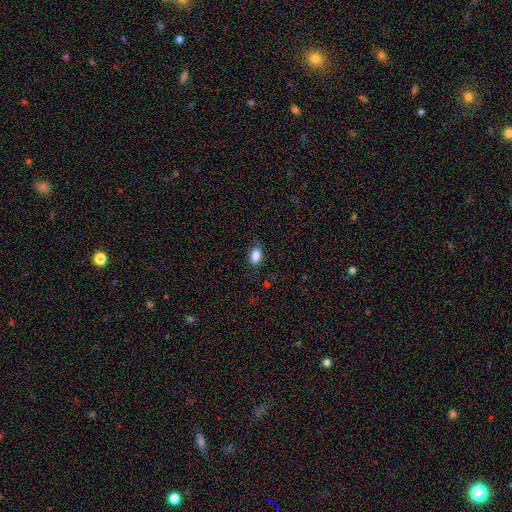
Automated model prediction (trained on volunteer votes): Overall: smooth (87%). How rounded: in between (90%). Merging: none (78%).